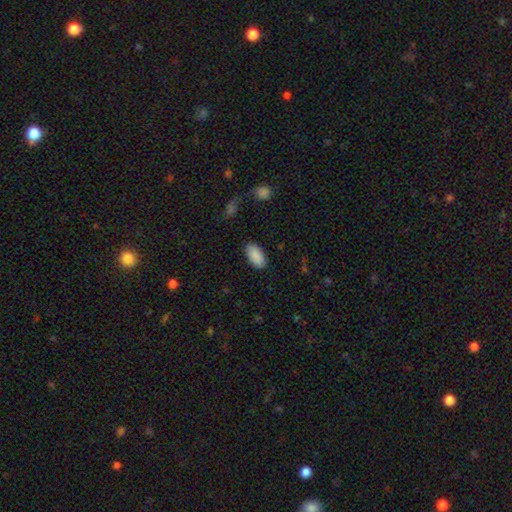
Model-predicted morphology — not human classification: Smooth or featured? smooth (90%)
How rounded? in between (95%)
Merging? none (87%)